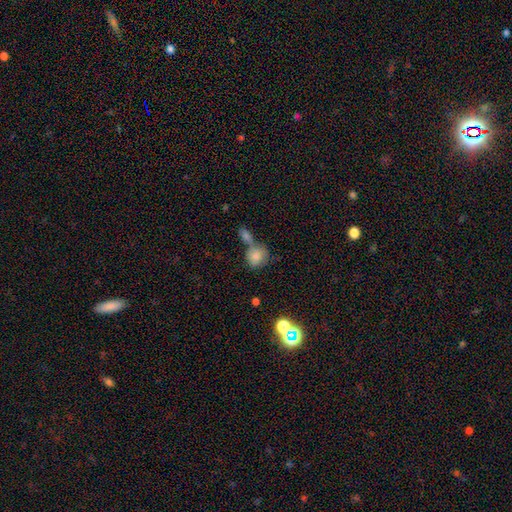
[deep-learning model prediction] The model was most divided on "merging": merger: 46%, none: 37%, minor disturbance: 11%, major disturbance: 5%. More confident: smooth or featured — smooth (82%); how rounded — round (66%).